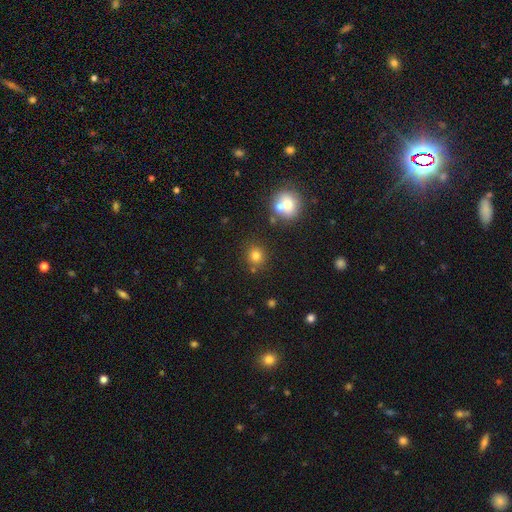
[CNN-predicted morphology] Overall: smooth (77%). How rounded: round (86%). Merging: none (76%).